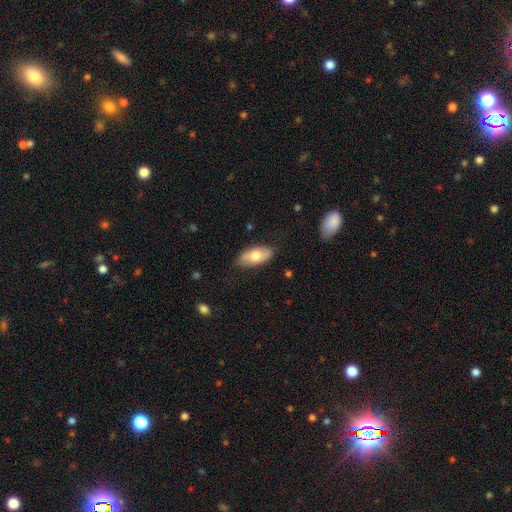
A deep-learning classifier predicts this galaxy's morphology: The model was most divided on "smooth or featured": smooth: 68%, featured or disk: 26%, star or artifact: 6%. More confident: how rounded — in between (91%); merging — none (79%).